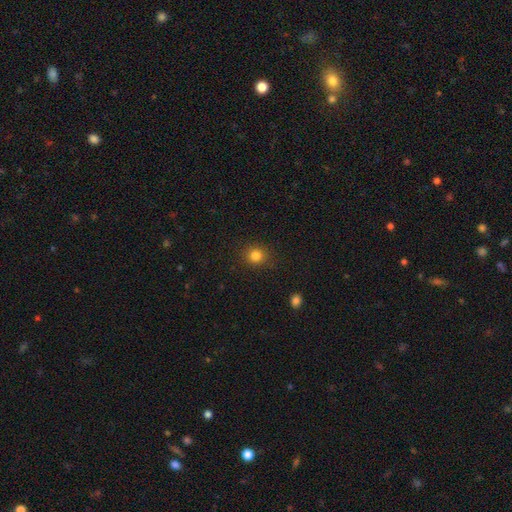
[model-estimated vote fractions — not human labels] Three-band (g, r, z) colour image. It shows a smooth galaxy with no disk features (82%) that is round (88%). Merging: none (88%).